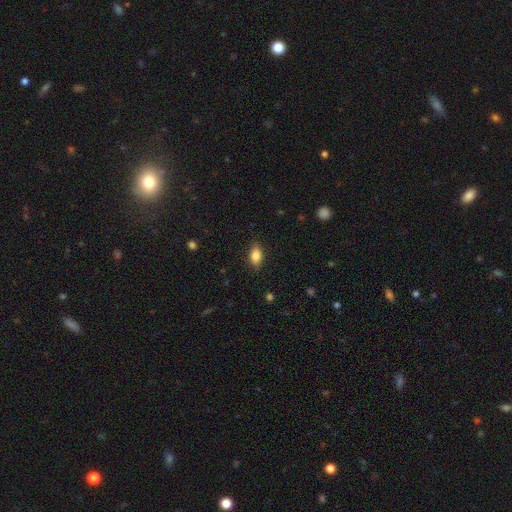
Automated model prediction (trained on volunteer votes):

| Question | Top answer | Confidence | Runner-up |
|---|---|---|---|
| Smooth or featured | smooth | 79% | featured or disk (13%) |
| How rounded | in between | 85% | cigar-shaped (8%) |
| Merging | none | 84% | minor disturbance (12%) |